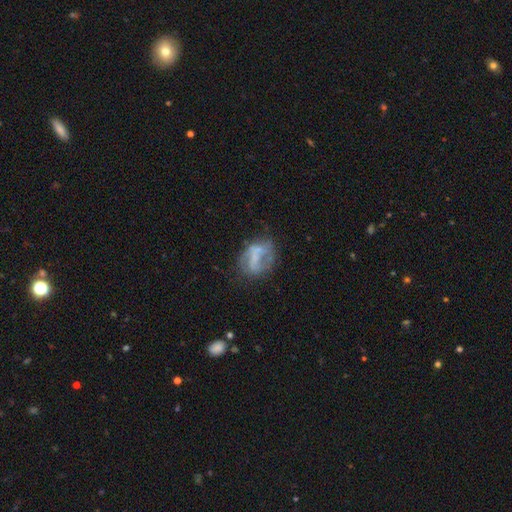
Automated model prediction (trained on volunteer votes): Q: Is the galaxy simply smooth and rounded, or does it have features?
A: featured or disk — 57%.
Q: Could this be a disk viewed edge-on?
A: no — 97%.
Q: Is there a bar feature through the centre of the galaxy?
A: no — 53%.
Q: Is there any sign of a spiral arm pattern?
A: no — 65%.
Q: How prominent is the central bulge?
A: none — 55%.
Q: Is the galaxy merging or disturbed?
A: none — 44%.